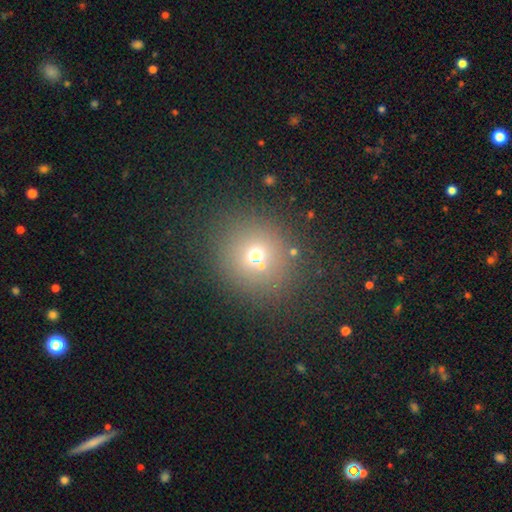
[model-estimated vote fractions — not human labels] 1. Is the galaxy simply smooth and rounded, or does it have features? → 63% smooth, 21% star or artifact, 15% featured or disk.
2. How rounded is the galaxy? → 87% round, 12% in between, 1% cigar-shaped.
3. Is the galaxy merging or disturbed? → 70% none, 17% merger, 9% minor disturbance, 4% major disturbance.